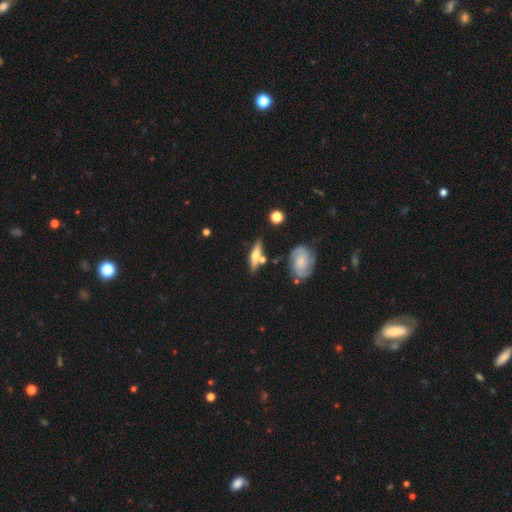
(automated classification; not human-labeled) The model was most divided on "smooth or featured": featured or disk: 60%, smooth: 33%, star or artifact: 7%. More confident: edge-on bulge — rounded (87%); edge-on disk — yes (84%); merging — none (68%).